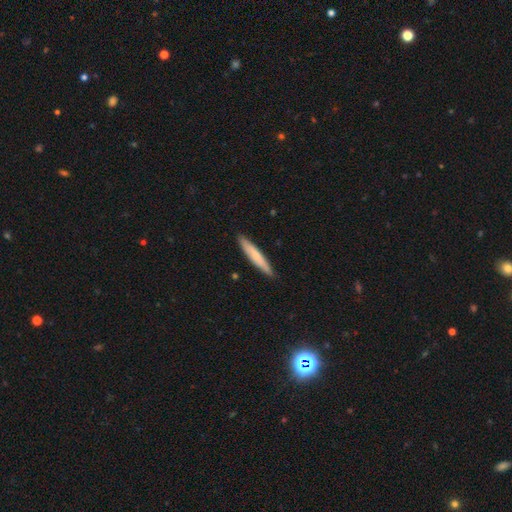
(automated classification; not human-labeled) The model was most divided on "smooth or featured": smooth: 66%, featured or disk: 29%, star or artifact: 5%. More confident: how rounded — cigar-shaped (93%); merging — none (88%).